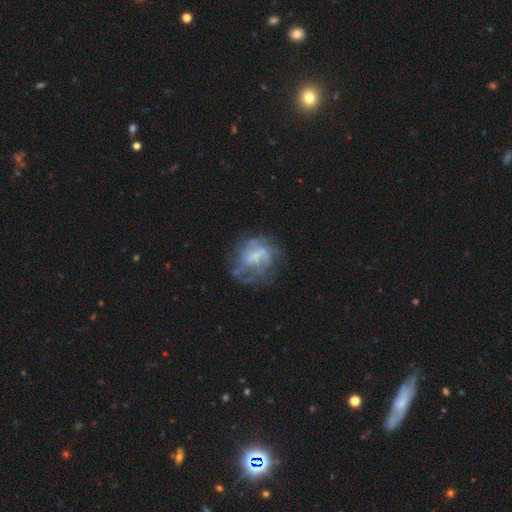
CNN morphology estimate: Smooth or featured?
  - featured or disk: 73% *
  - smooth: 18%
  - star or artifact: 9%
Edge-on disk?
  - no: 98% *
  - yes: 2%
Bar?
  - weak: 50% *
  - no: 37%
  - strong: 13%
Spiral arms?
  - yes: 77% *
  - no: 23%
Spiral winding?
  - medium: 41% *
  - tight: 38%
  - loose: 22%
Spiral arm count?
  - can't tell: 45% *
  - 2: 17%
  - 3: 17%
  - 4: 11%
  - 1: 5%
  - more than 4: 5%
Bulge size?
  - small: 46% *
  - none: 27%
  - moderate: 22%
  - large: 4%
  - dominant: 1%
Merging?
  - none: 57% *
  - major disturbance: 21%
  - minor disturbance: 20%
  - merger: 2%